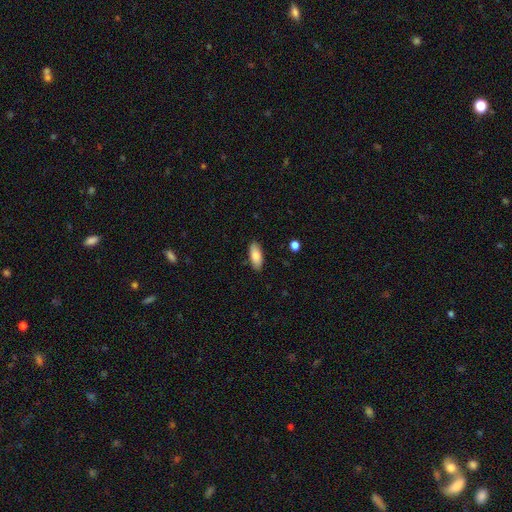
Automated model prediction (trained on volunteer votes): Overall: smooth (85%). How rounded: in between (83%). Merging: none (87%).